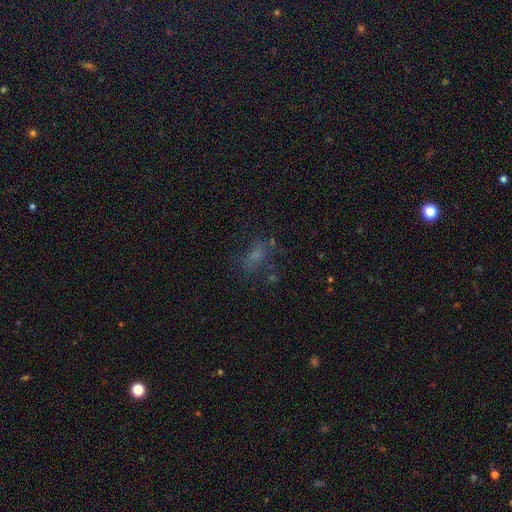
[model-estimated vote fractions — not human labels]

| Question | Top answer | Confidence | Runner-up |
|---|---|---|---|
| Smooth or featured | smooth | 53% | star or artifact (28%) |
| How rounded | in between | 75% | round (15%) |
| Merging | none | 55% | minor disturbance (19%) |